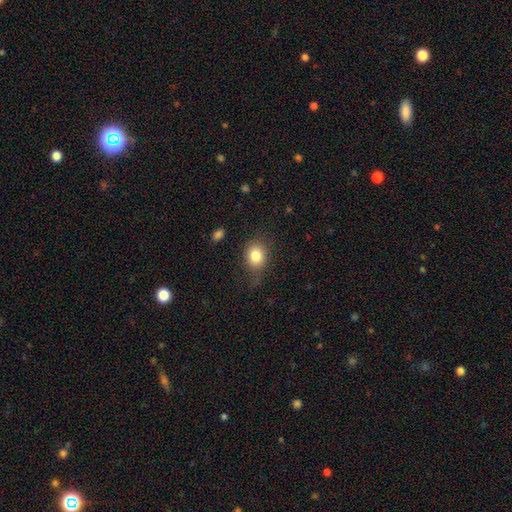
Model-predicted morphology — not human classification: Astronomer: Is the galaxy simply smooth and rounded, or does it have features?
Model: smooth — 81%.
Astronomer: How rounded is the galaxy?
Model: round — 56% (runner-up: in between, 43%).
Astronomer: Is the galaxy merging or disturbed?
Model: none — 65%.